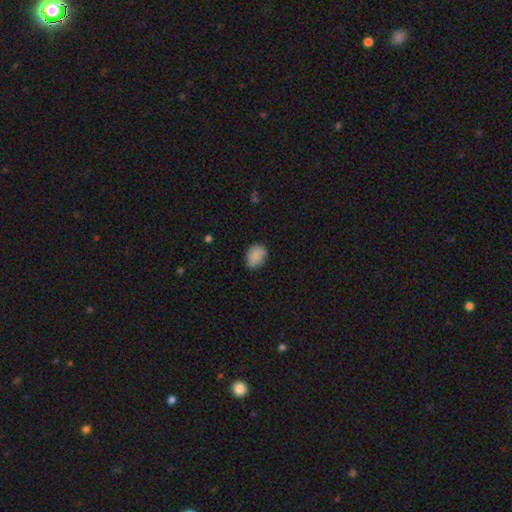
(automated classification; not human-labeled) This appears to be a smooth galaxy with no disk features (87%) that is in between round and cigar-shaped (57%). Merging: none (75%).